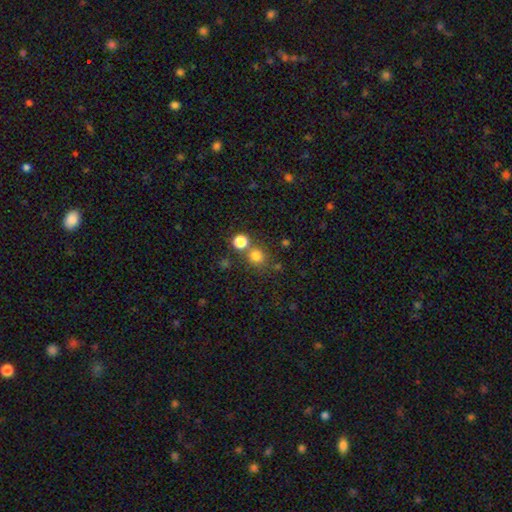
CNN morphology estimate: Smooth or featured: smooth — 78% (star or artifact — 16%)
How rounded: round — 88% (in between — 11%)
Merging: none — 67% (merger — 22%)